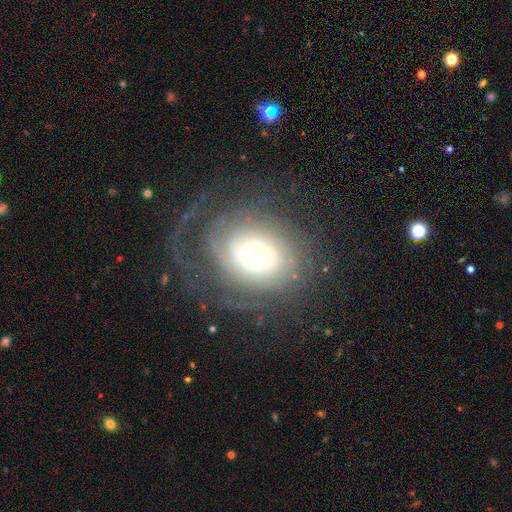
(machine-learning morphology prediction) Smooth or featured?
  - featured or disk: 78% *
  - smooth: 14%
  - star or artifact: 8%
Edge-on disk?
  - no: 97% *
  - yes: 3%
Bar?
  - no: 76% *
  - weak: 18%
  - strong: 6%
Spiral arms?
  - yes: 91% *
  - no: 9%
Spiral winding?
  - tight: 62% *
  - medium: 25%
  - loose: 14%
Spiral arm count?
  - can't tell: 38% *
  - 2: 21%
  - 3: 14%
  - 4: 10%
  - 1: 9%
  - more than 4: 9%
Bulge size?
  - moderate: 48% *
  - large: 28%
  - small: 17%
  - dominant: 6%
  - none: 1%
Merging?
  - none: 63% *
  - major disturbance: 20%
  - minor disturbance: 15%
  - merger: 2%